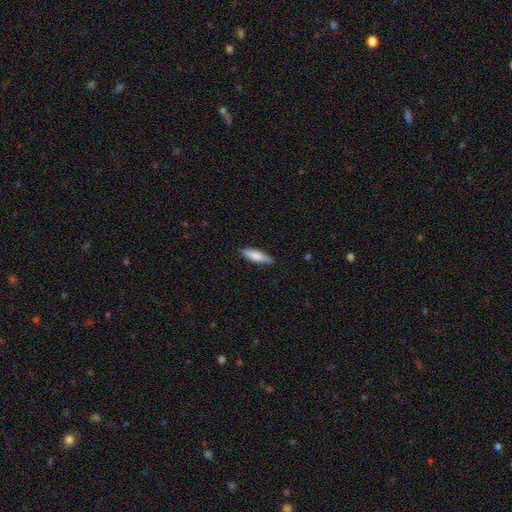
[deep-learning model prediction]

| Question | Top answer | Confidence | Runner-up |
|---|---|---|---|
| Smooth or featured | smooth | 78% | featured or disk (17%) |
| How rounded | cigar-shaped | 57% | in between (41%) |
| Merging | none | 84% | minor disturbance (13%) |